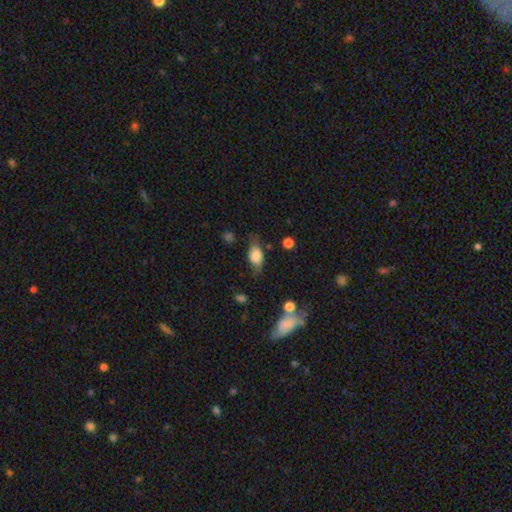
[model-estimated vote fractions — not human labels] A smooth galaxy with no disk features (69%) that is in between round and cigar-shaped (85%).

Vote fractions:
- Smooth or featured? smooth: 69% / featured or disk: 23% / star or artifact: 8%
- How rounded? in between: 85% / round: 9% / cigar-shaped: 6%
- Merging? none: 58% / minor disturbance: 28% / major disturbance: 10% / merger: 3%